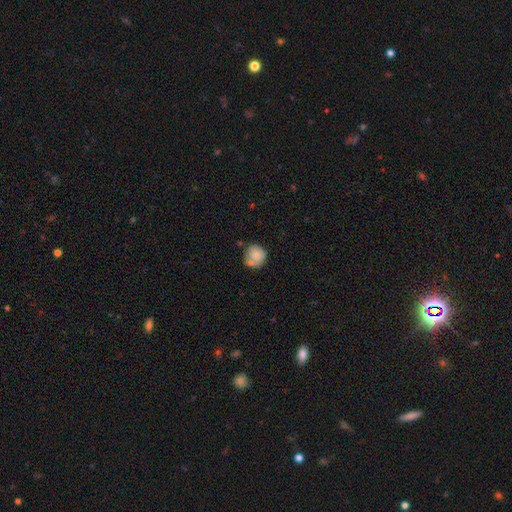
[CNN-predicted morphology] Smooth or featured?
  - smooth: 77% *
  - featured or disk: 16%
  - star or artifact: 7%
How rounded?
  - round: 87% *
  - in between: 12%
  - cigar-shaped: 1%
Merging?
  - none: 55% *
  - minor disturbance: 21%
  - merger: 18%
  - major disturbance: 6%